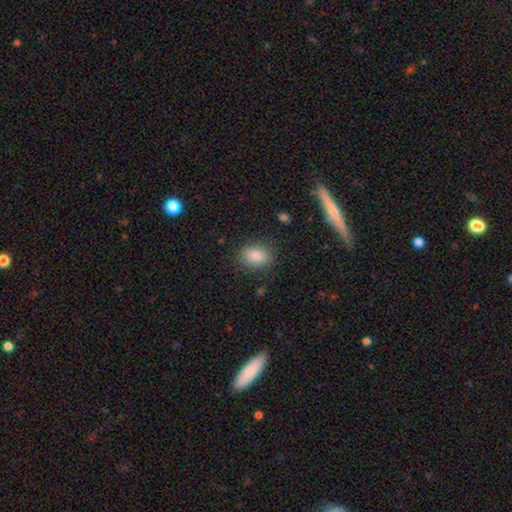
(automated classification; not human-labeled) Morphology: type=smooth (87%); roundness=in between (71%); merging=none (83%).